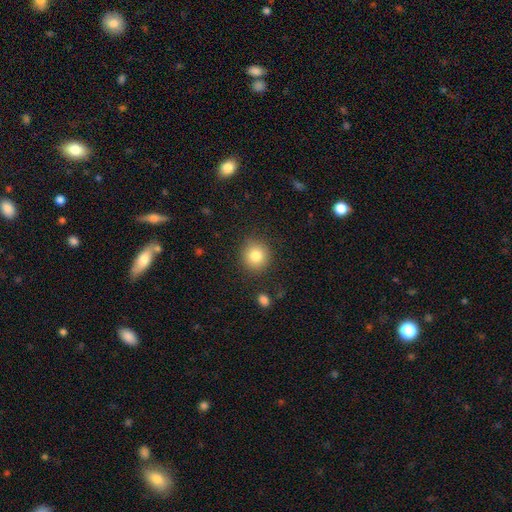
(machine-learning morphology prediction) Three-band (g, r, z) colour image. It shows a smooth galaxy with no disk features (82%) that is round (89%). Merging: none (87%).